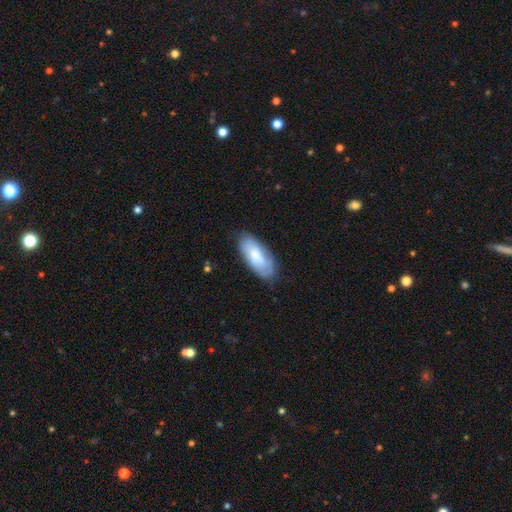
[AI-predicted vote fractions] smooth-or-featured: smooth: 68% | featured or disk: 26% | star or artifact: 6%
  how-rounded: in between: 86% | cigar-shaped: 13% | round: 2%
  merging: none: 70% | minor disturbance: 23% | major disturbance: 5% | merger: 2%